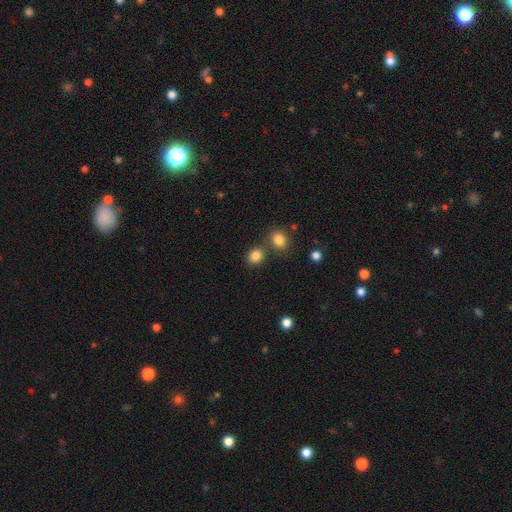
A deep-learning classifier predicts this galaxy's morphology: This is clearly a smooth galaxy (84%). How rounded: likely round (65%). Merging: likely none (66%).